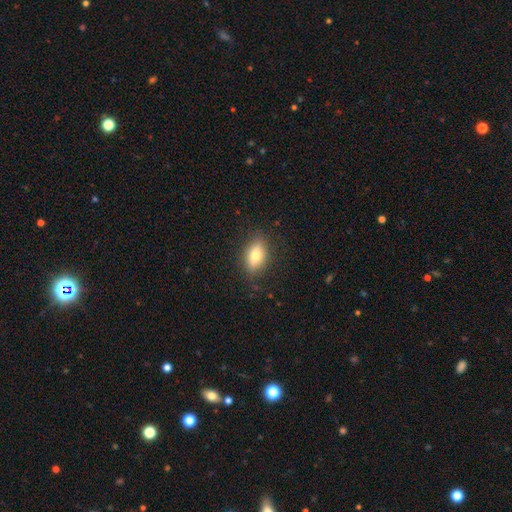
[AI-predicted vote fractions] Smooth or featured? smooth (69%)
How rounded? in between (81%)
Merging? none (84%)